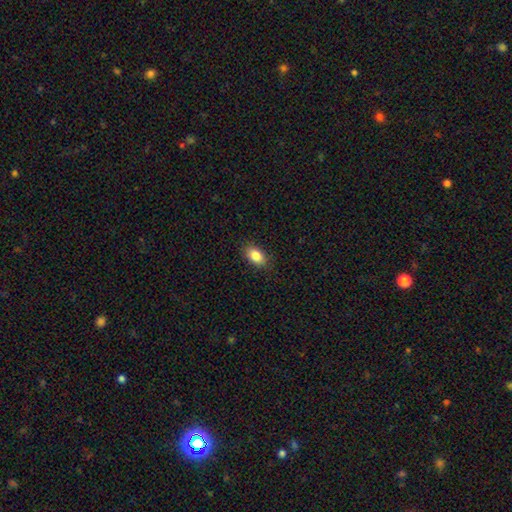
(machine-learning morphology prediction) smooth_or_featured: smooth (p=0.86) [alt: star or artifact p=0.08]
how_rounded: in between (p=0.90) [alt: round p=0.08]
merging: none (p=0.87) [alt: minor disturbance p=0.10]